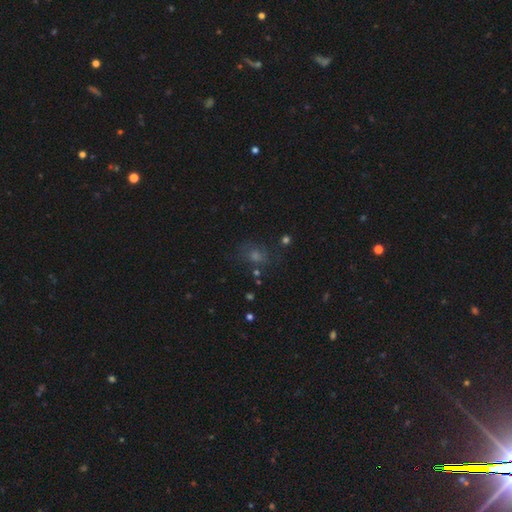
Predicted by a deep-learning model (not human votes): Q: Smooth or featured?
A: smooth (49%); runner-up: star or artifact (37%)
Q: Merging?
A: none (74%); runner-up: minor disturbance (14%)